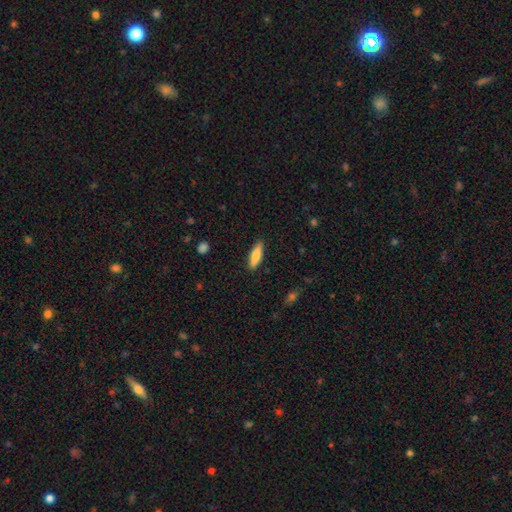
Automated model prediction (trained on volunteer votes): Smooth or featured: smooth — 78% (featured or disk — 17%)
How rounded: cigar-shaped — 62% (in between — 36%)
Merging: none — 89% (minor disturbance — 8%)